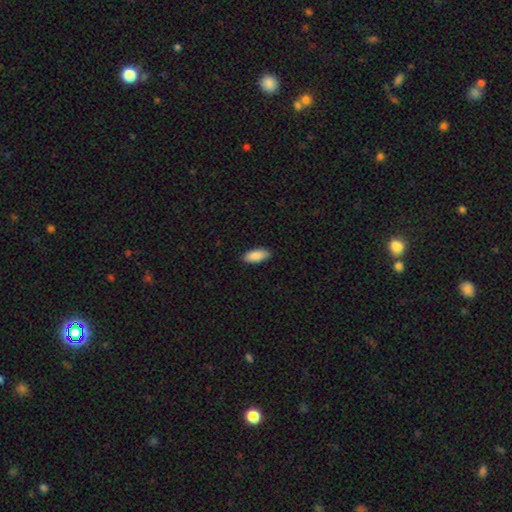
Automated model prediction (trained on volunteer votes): Smooth or featured? Predicted: smooth (p=0.89). How rounded? Predicted: in between (p=0.89). Merging? Predicted: none (p=0.90).